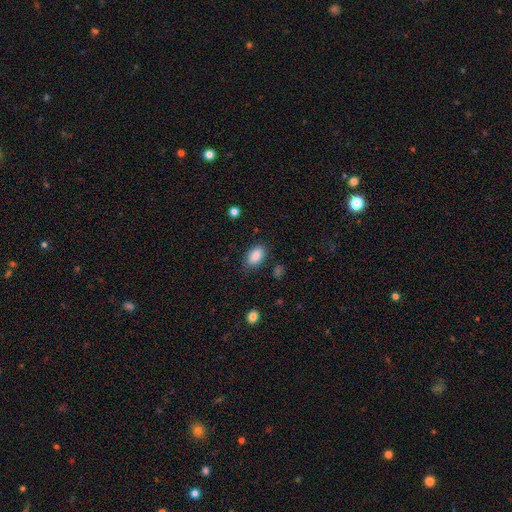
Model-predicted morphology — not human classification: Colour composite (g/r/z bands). It shows a smooth galaxy with no disk features (87%) that is in between round and cigar-shaped (92%). Merging: none (82%).